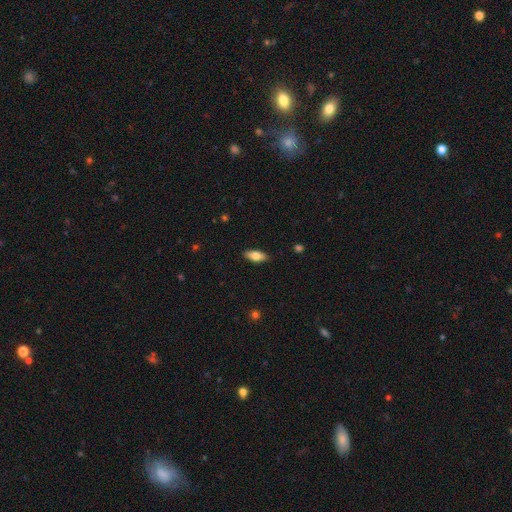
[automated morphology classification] This is likely a smooth galaxy (71%). How rounded: clearly in between (81%). Merging: clearly none (88%).